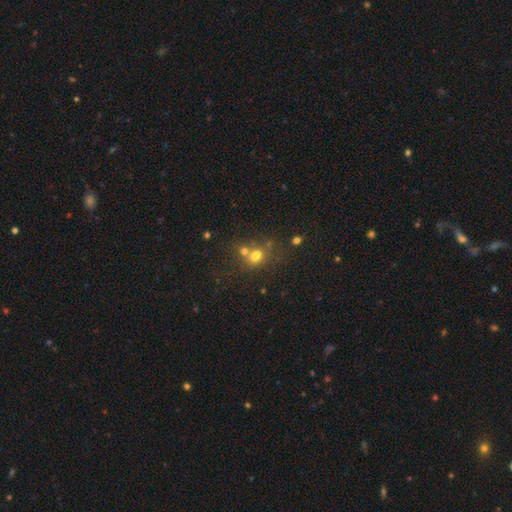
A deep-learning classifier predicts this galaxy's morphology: A smooth galaxy with no disk features (67%) that is round (53%).

Vote fractions:
- Smooth or featured? smooth: 67% / star or artifact: 18% / featured or disk: 15%
- How rounded? round: 53% / in between: 45% / cigar-shaped: 1%
- Merging? merger: 42% / none: 40% / minor disturbance: 11% / major disturbance: 7%